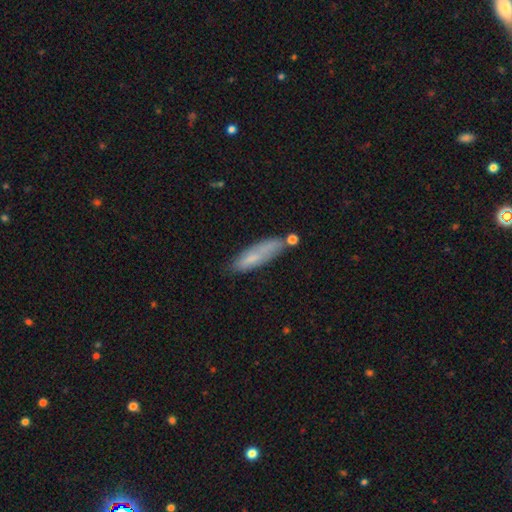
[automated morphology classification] This appears to be a smooth galaxy with no disk features (72%) that is cigar-shaped (69%). Merging: none (67%).